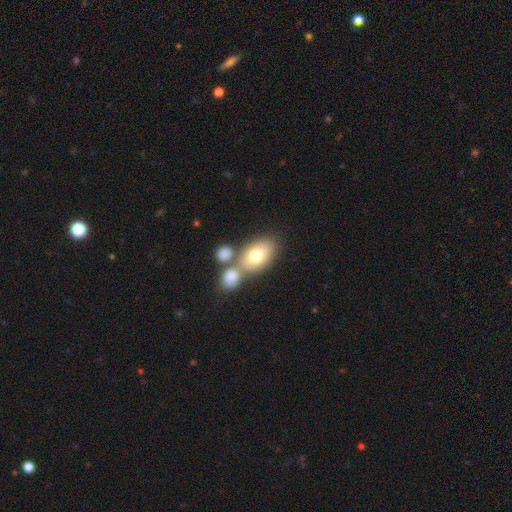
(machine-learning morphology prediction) smooth-or-featured: smooth: 73% | featured or disk: 19% | star or artifact: 8%
  how-rounded: in between: 86% | round: 12% | cigar-shaped: 2%
  merging: none: 46% | merger: 39% | minor disturbance: 10% | major disturbance: 4%